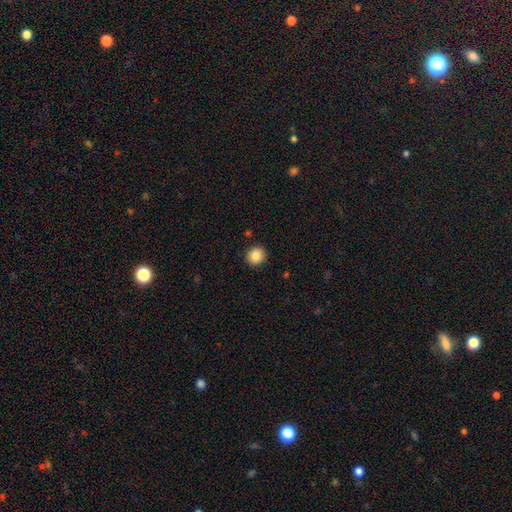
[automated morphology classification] Q: Smooth or featured?
A: smooth (86%); runner-up: star or artifact (9%)
Q: How rounded?
A: round (91%); runner-up: in between (8%)
Q: Merging?
A: none (91%); runner-up: minor disturbance (6%)